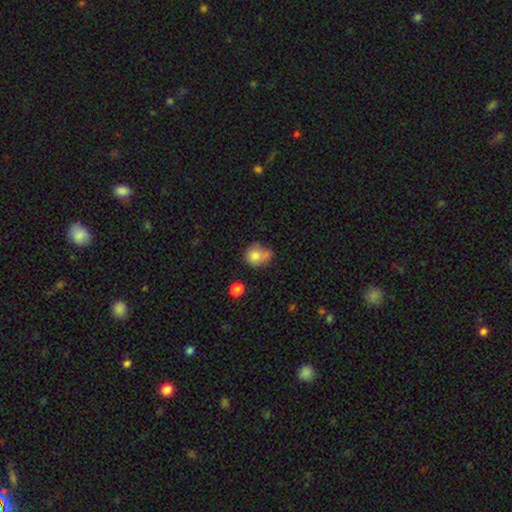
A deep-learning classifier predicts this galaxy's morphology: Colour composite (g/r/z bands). It shows a smooth galaxy with no disk features (77%) that is round (71%). Merging: none (42%).